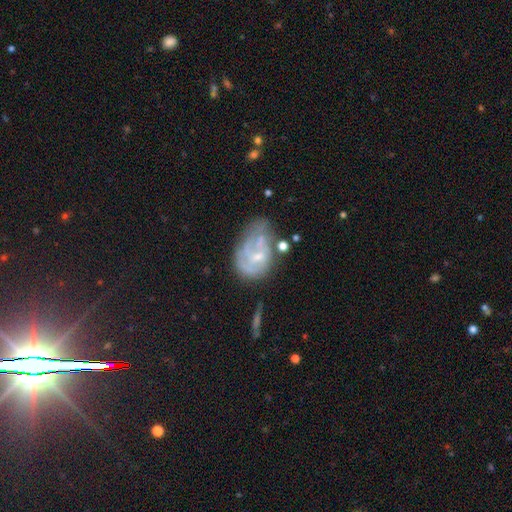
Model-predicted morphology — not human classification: type=featured or disk (62%); edge-on=no (97%); bar=no (60%); spiral arms=yes (56%); bulge=small (54%); merging=none (32%).